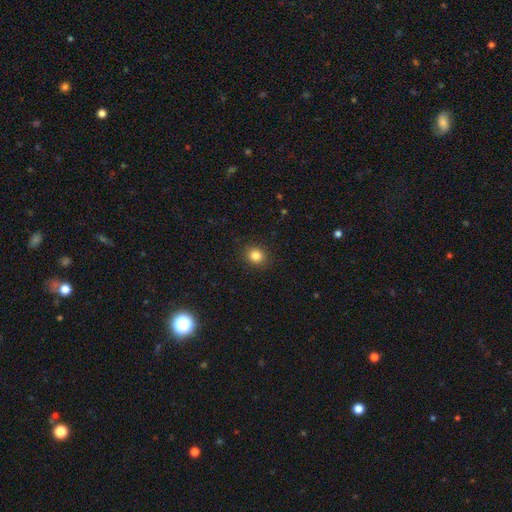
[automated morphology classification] type=smooth (84%); roundness=round (78%); merging=none (90%).